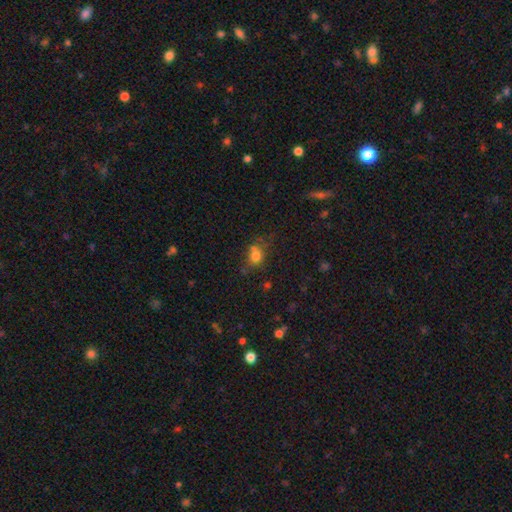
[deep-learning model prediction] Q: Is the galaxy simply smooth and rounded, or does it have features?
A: smooth — 74%.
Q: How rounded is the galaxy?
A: in between — 53%.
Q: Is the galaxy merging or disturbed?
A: none — 47%.